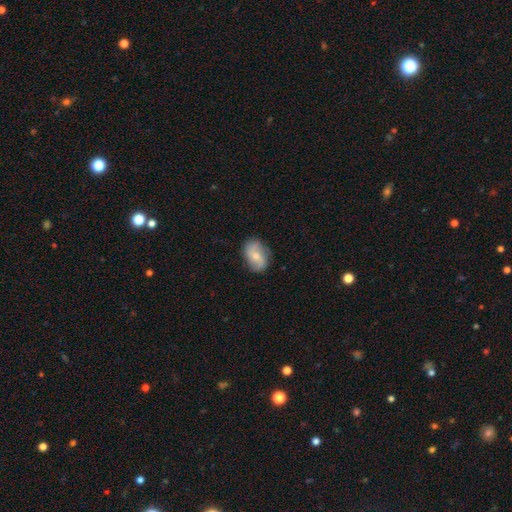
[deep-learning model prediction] smooth-or-featured: featured or disk: 50% | smooth: 43% | star or artifact: 7%
  merging: none: 78% | minor disturbance: 17% | major disturbance: 4% | merger: 1%